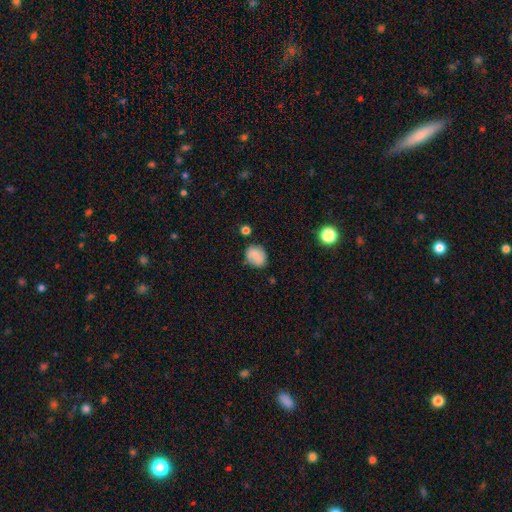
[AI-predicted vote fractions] This is likely a smooth galaxy (72%). How rounded: possibly round (50%). Merging: likely none (73%).